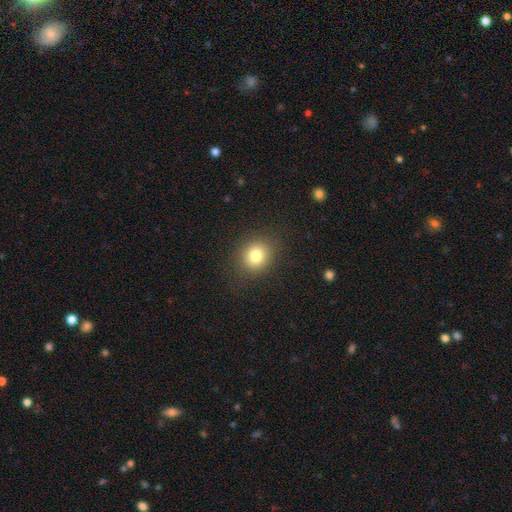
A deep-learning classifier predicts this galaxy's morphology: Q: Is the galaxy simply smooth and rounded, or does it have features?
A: smooth — 80%.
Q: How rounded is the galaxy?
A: round — 78%.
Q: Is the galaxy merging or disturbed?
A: none — 87%.